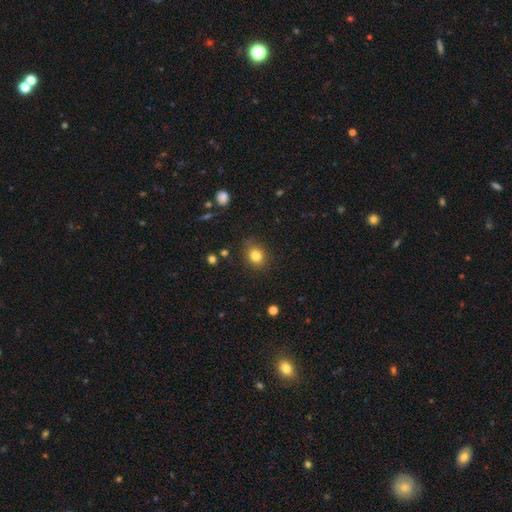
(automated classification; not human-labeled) smooth 81%, star or artifact 12%, featured or disk 7%. Down the decision tree: how rounded — round (69%); merging — none (83%).